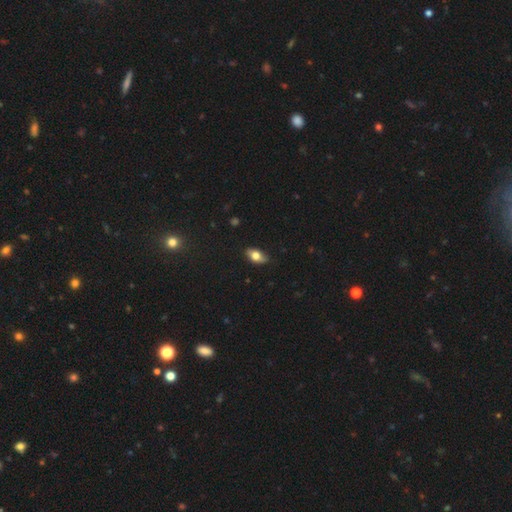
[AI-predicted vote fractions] A smooth galaxy with no disk features (72%) that is in between round and cigar-shaped (88%). Merging: none (80%).